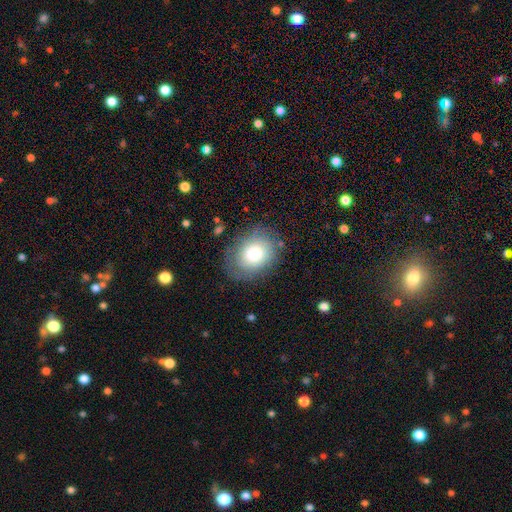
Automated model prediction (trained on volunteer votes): Smooth or featured? Predicted: smooth (p=0.67). How rounded? Predicted: in between (p=0.54). Merging? Predicted: none (p=0.77).